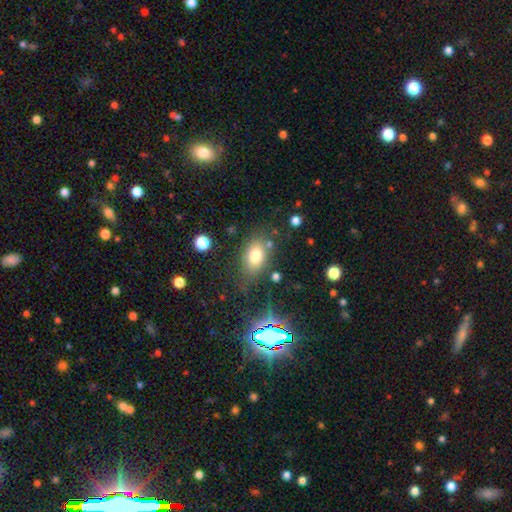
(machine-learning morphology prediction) This appears to be a smooth galaxy with no disk features (75%) that is in between round and cigar-shaped (81%). Merging: none (73%).